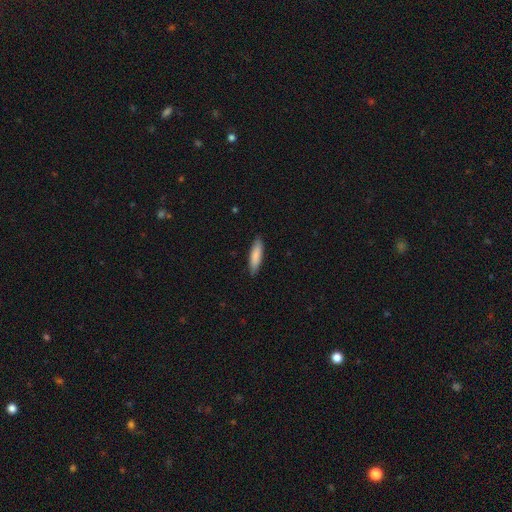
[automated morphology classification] Smooth or featured? Predicted: smooth (p=0.85). How rounded? Predicted: cigar-shaped (p=0.69). Merging? Predicted: none (p=0.87).